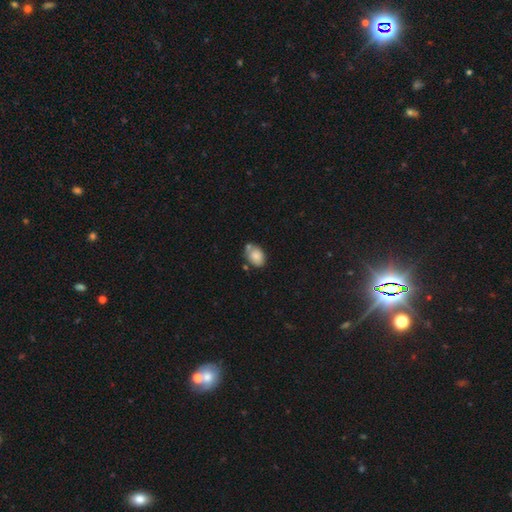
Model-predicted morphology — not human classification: A smooth galaxy with no disk features (81%) that is in between round and cigar-shaped (79%).

Vote fractions:
- Smooth or featured? smooth: 81% / featured or disk: 11% / star or artifact: 8%
- How rounded? in between: 79% / round: 20% / cigar-shaped: 1%
- Merging? none: 55% / minor disturbance: 23% / merger: 18% / major disturbance: 5%